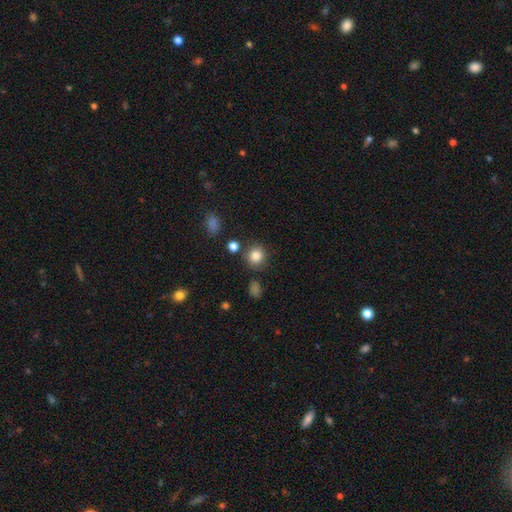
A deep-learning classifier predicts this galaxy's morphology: smooth-or-featured: smooth: 83% | star or artifact: 12% | featured or disk: 5%
  how-rounded: round: 89% | in between: 10% | cigar-shaped: 1%
  merging: none: 82% | minor disturbance: 9% | merger: 6% | major disturbance: 3%